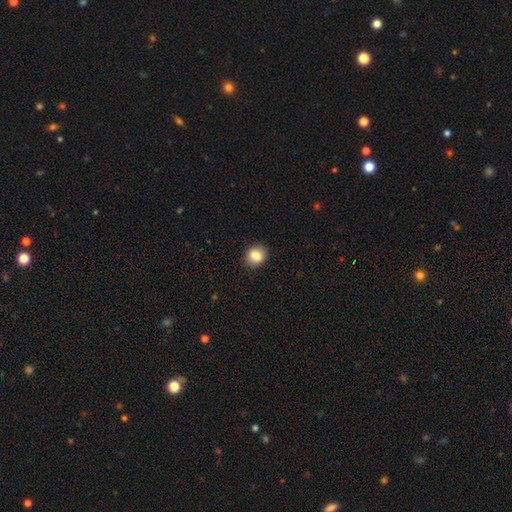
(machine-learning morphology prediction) A smooth galaxy with no disk features (85%) that is round (84%). Merging: none (90%).